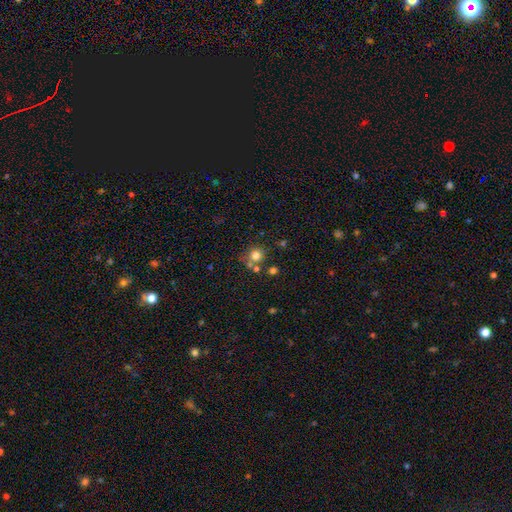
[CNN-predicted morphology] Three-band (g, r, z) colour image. It shows a smooth galaxy with no disk features (77%) that is round (87%). Merging: none (66%).